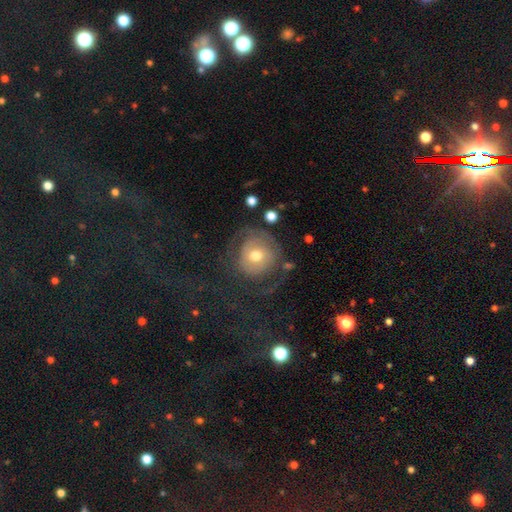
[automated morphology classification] Smooth or featured?
  - featured or disk: 49% *
  - smooth: 41%
  - star or artifact: 10%
Merging?
  - none: 49% *
  - major disturbance: 31%
  - minor disturbance: 17%
  - merger: 3%